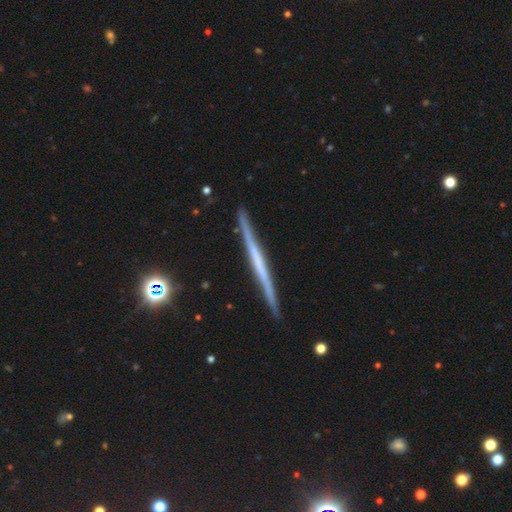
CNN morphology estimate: Smooth or featured? featured or disk (68%)
Edge-on disk? yes (98%)
Edge-on bulge? none (86%)
Merging? none (90%)